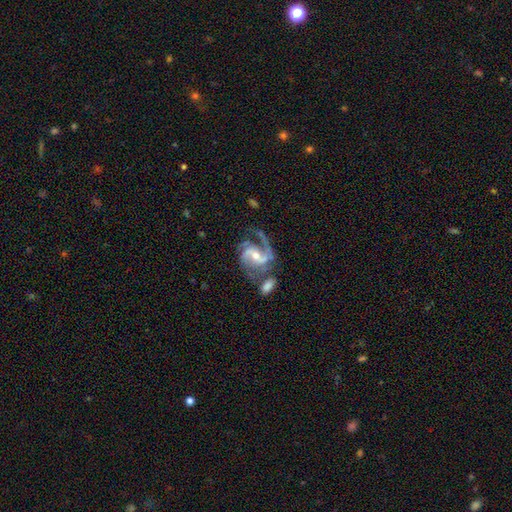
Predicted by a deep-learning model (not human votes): smooth-or-featured: featured or disk: 90% | smooth: 5% | star or artifact: 5%
  disk-edge-on: no: 98% | yes: 2%
    bar: weak: 43% | no: 31% | strong: 26%
    has-spiral-arms: yes: 97% | no: 3%
      spiral-winding: medium: 55% | loose: 24% | tight: 21%
      spiral-arm-count: 2: 71% | 3: 12% | 1: 9% | can't tell: 5% | 4: 2% | more than 4: 2%
    bulge-size: moderate: 53% | small: 43% | large: 2% | none: 1% | dominant: 1%
  merging: none: 43% | merger: 20% | minor disturbance: 19% | major disturbance: 18%